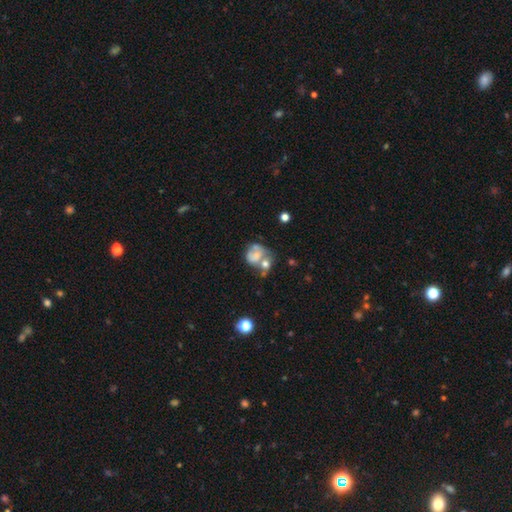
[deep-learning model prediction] Smooth or featured? Predicted: smooth (p=0.54). How rounded? Predicted: round (p=0.57). Merging? Predicted: merger (p=0.40).